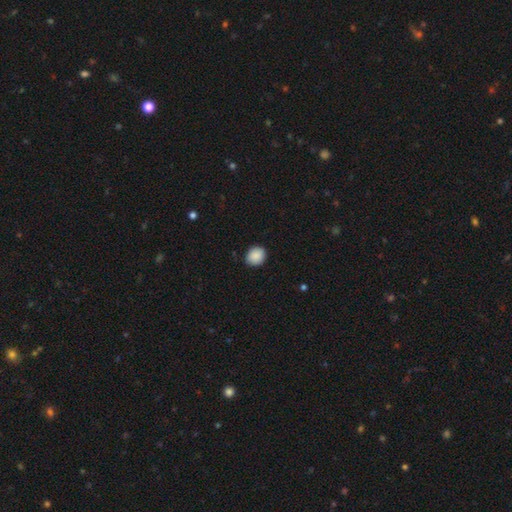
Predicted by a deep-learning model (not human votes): This appears to be a smooth galaxy with no disk features (89%) that is round (66%). Merging: none (87%).